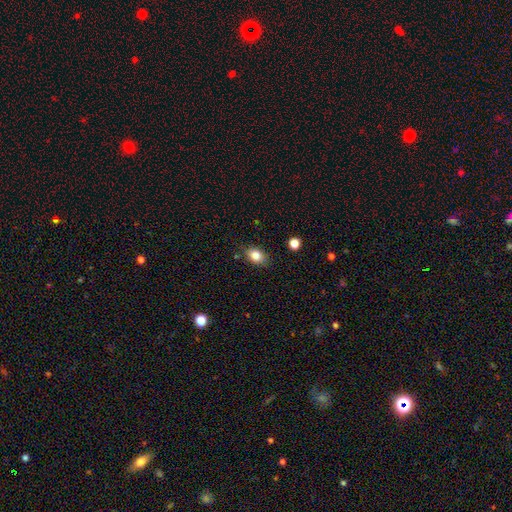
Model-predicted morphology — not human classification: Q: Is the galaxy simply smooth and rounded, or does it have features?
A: smooth — 83%.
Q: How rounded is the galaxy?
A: in between — 75%.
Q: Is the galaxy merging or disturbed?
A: none — 82%.